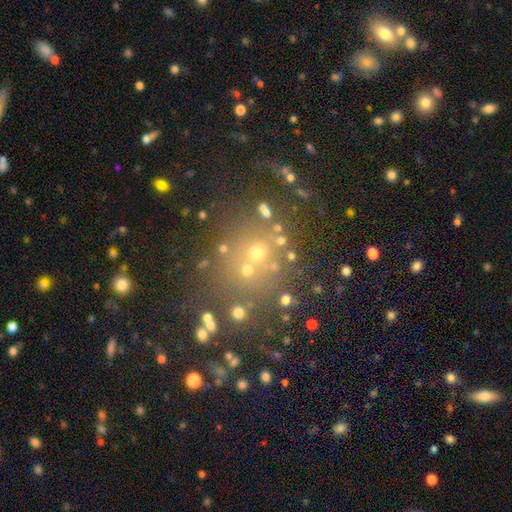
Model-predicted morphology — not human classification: This appears to be a smooth galaxy with no disk features (45%). Merging: none (65%).